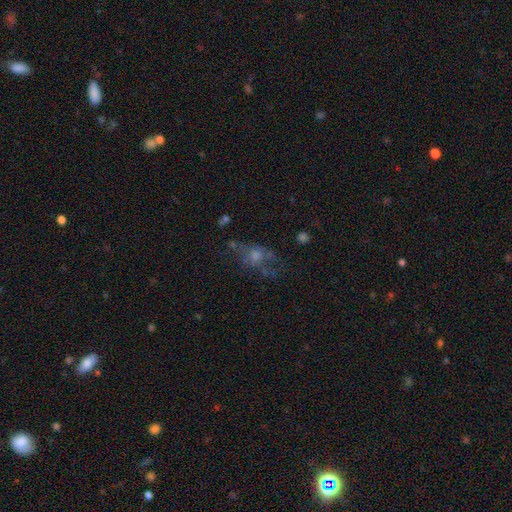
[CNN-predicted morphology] A featured or disk galaxy (46%).

Vote fractions:
- Smooth or featured? featured or disk: 46% / smooth: 31% / star or artifact: 23%
- Merging? none: 51% / major disturbance: 24% / minor disturbance: 20% / merger: 5%